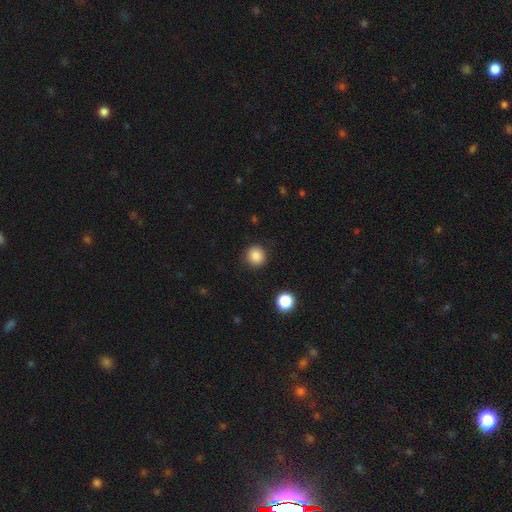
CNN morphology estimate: Smooth or featured: smooth — 85% (star or artifact — 10%)
How rounded: round — 91% (in between — 8%)
Merging: none — 91% (minor disturbance — 6%)